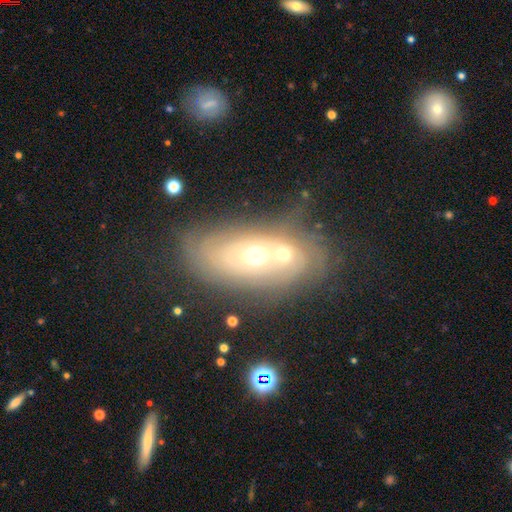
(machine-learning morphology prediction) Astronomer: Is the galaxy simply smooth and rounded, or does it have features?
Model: featured or disk — 52% (runner-up: smooth, 36%).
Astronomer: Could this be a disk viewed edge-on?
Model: no — 88%.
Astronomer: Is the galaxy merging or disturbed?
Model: merger — 56%.